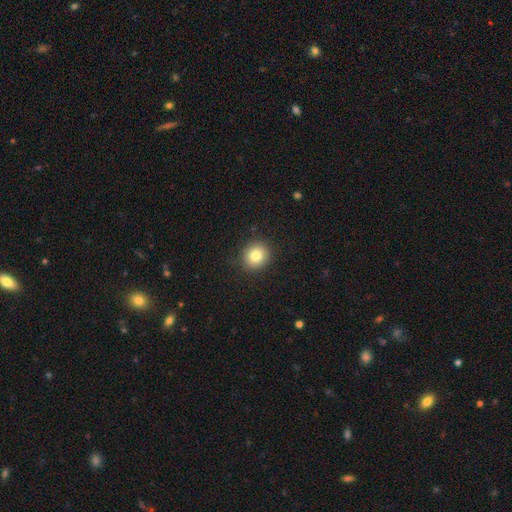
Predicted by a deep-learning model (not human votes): smooth_or_featured: smooth (p=0.81) [alt: star or artifact p=0.10]
how_rounded: round (p=0.85) [alt: in between p=0.14]
merging: none (p=0.89) [alt: minor disturbance p=0.08]